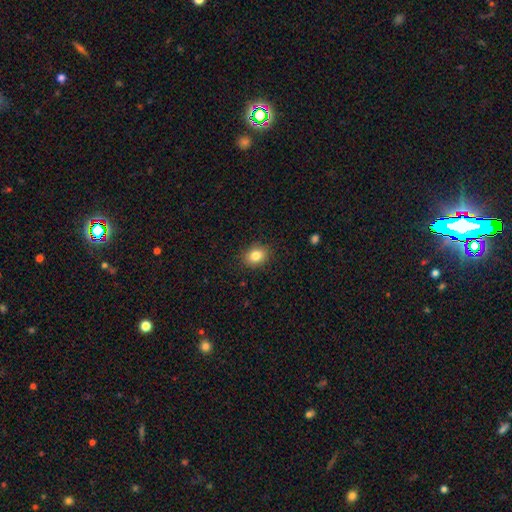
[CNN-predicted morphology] smooth_or_featured: smooth (p=0.83) [alt: star or artifact p=0.10]
how_rounded: in between (p=0.52) [alt: round p=0.47]
merging: none (p=0.88) [alt: minor disturbance p=0.09]